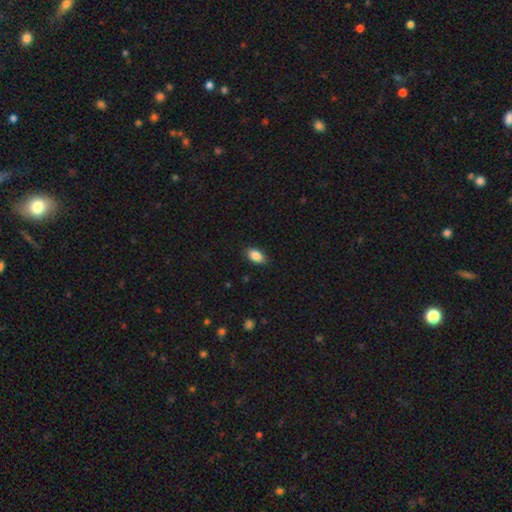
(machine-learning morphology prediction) Smooth or featured: smooth — 86% (star or artifact — 7%)
How rounded: in between — 91% (round — 6%)
Merging: none — 87% (minor disturbance — 10%)